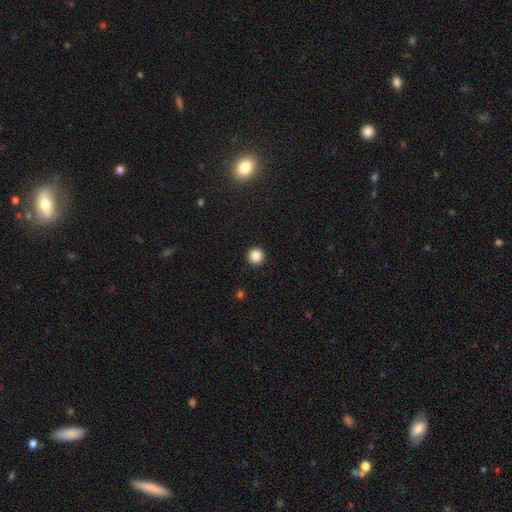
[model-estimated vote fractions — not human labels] This appears to be a smooth galaxy with no disk features (86%) that is round (96%). Merging: none (94%).